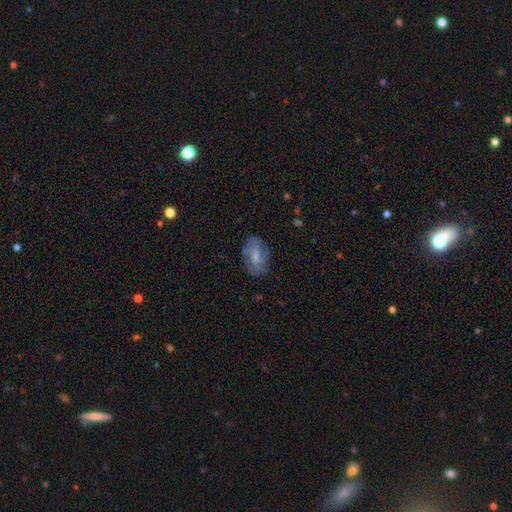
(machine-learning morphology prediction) Smooth or featured: featured or disk — 49% (smooth — 44%)
Merging: none — 71% (minor disturbance — 20%)